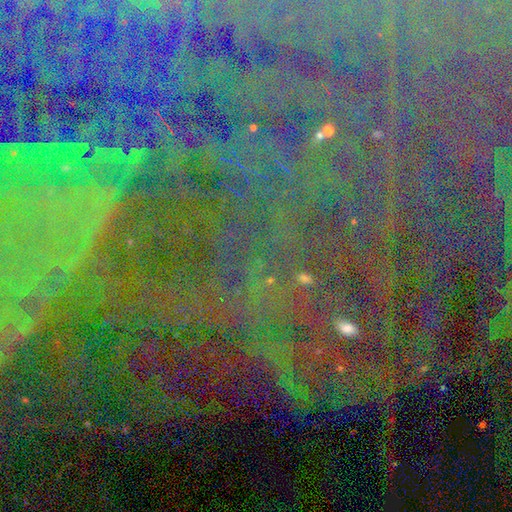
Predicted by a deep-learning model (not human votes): smooth-or-featured: star or artifact: 85% | featured or disk: 8% | smooth: 7%